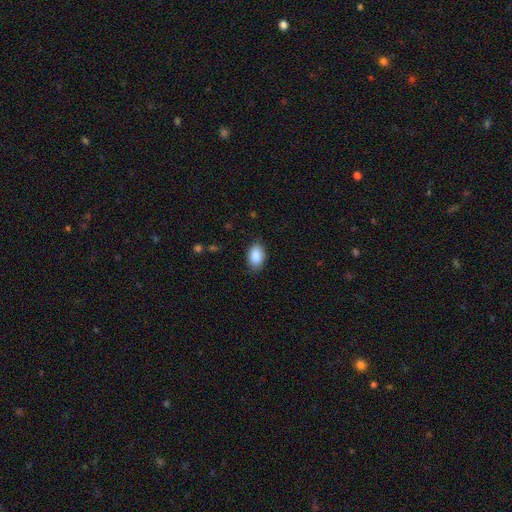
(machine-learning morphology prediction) A smooth galaxy with no disk features (88%) that is in between round and cigar-shaped (91%). Merging: none (83%).